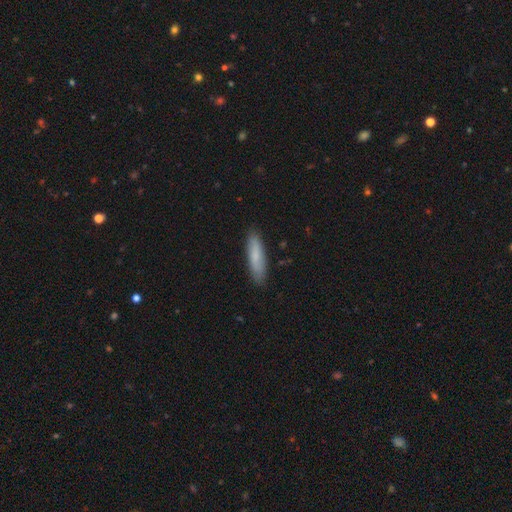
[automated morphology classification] This is likely a smooth galaxy (77%). How rounded: likely cigar-shaped (71%). Merging: clearly none (86%).